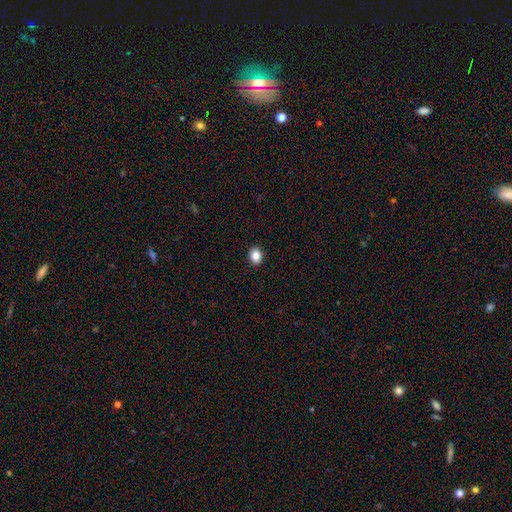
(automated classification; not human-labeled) Overall: smooth (86%). How rounded: round (51%; in between 48%). Merging: none (92%).